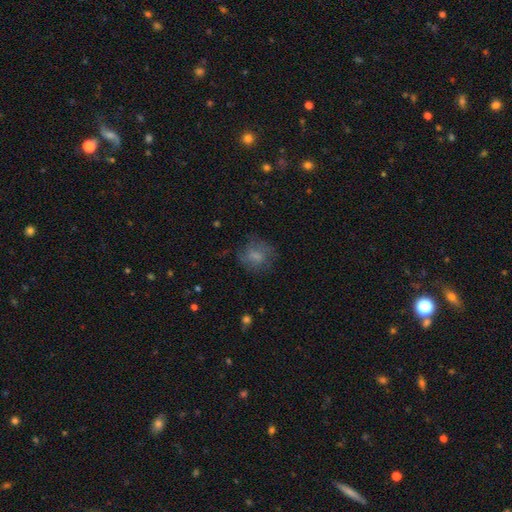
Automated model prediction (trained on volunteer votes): Smooth or featured?
  - smooth: 63% *
  - featured or disk: 27%
  - star or artifact: 11%
How rounded?
  - round: 65% *
  - in between: 33%
  - cigar-shaped: 1%
Merging?
  - none: 61% *
  - minor disturbance: 22%
  - major disturbance: 16%
  - merger: 2%